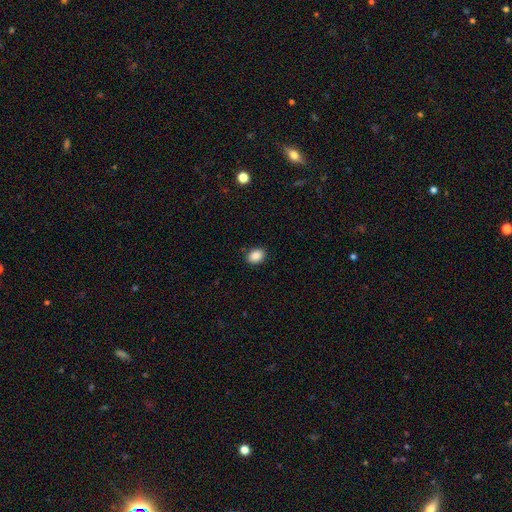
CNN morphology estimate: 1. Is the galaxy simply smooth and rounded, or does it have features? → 88% smooth, 8% star or artifact, 3% featured or disk.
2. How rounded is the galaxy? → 61% in between, 38% round, 1% cigar-shaped.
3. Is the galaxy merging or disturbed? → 89% none, 8% minor disturbance, 2% major disturbance, 1% merger.